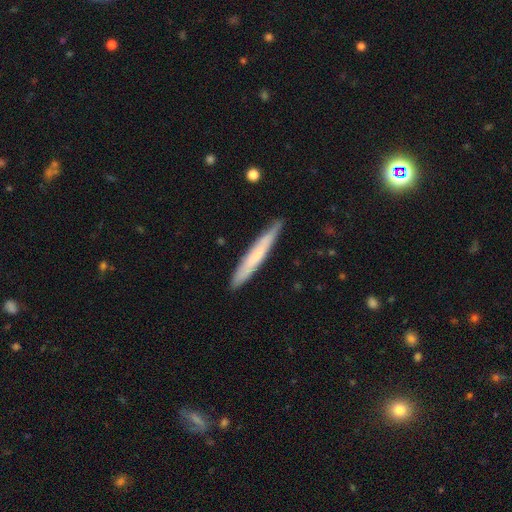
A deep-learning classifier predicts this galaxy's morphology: smooth_or_featured: smooth (p=0.59) [alt: featured or disk p=0.36]
how_rounded: cigar-shaped (p=0.96) [alt: in between p=0.03]
merging: none (p=0.87) [alt: minor disturbance p=0.10]